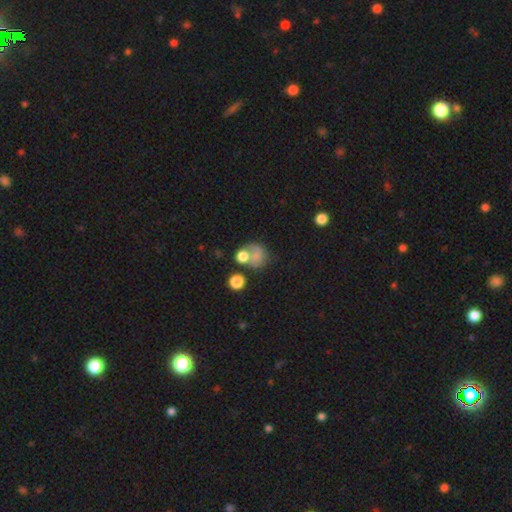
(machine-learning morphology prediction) smooth-or-featured: smooth: 64% | featured or disk: 22% | star or artifact: 15%
  how-rounded: round: 71% | in between: 28% | cigar-shaped: 1%
  merging: none: 37% | merger: 29% | major disturbance: 17% | minor disturbance: 17%